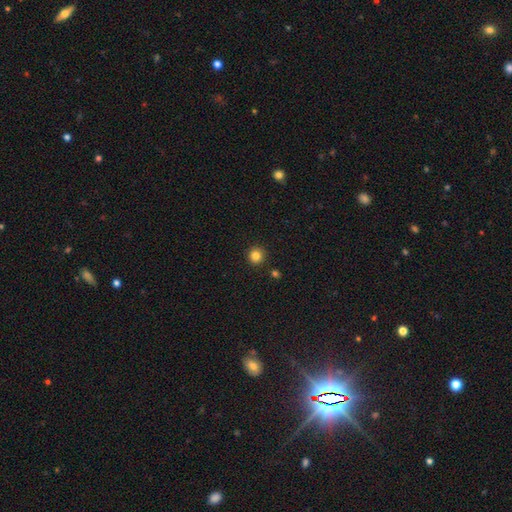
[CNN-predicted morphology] smooth_or_featured: smooth (p=0.83) [alt: star or artifact p=0.12]
how_rounded: round (p=0.95) [alt: in between p=0.04]
merging: none (p=0.92) [alt: minor disturbance p=0.04]